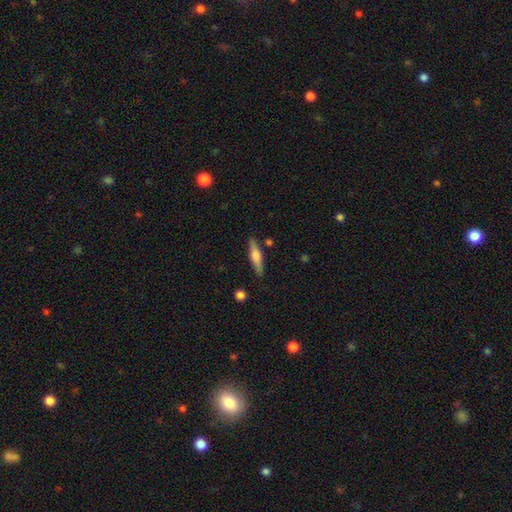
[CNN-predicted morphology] The model was most divided on "smooth or featured": smooth: 52%, featured or disk: 42%, star or artifact: 6%. More confident: merging — none (84%); how rounded — cigar-shaped (75%).